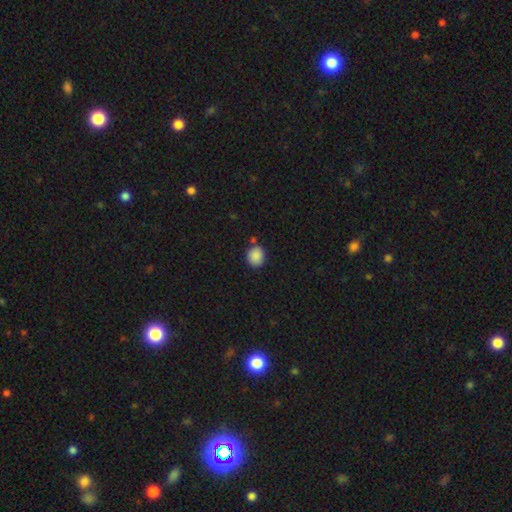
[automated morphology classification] Q: Smooth or featured?
A: smooth (88%); runner-up: star or artifact (9%)
Q: How rounded?
A: round (68%); runner-up: in between (31%)
Q: Merging?
A: none (78%); runner-up: minor disturbance (13%)